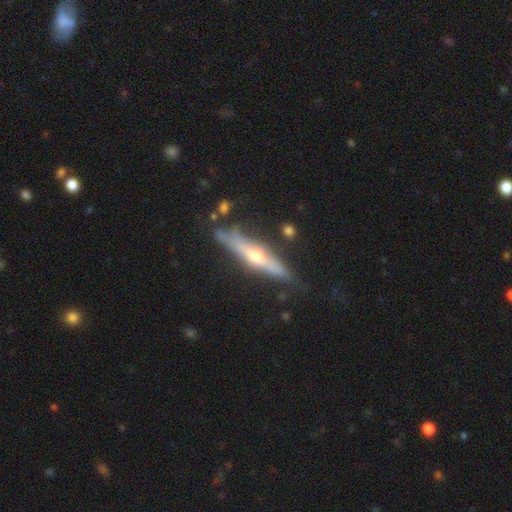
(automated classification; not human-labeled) Smooth or featured? featured or disk (66%)
Edge-on disk? yes (90%)
Edge-on bulge? rounded (88%)
Merging? none (76%)